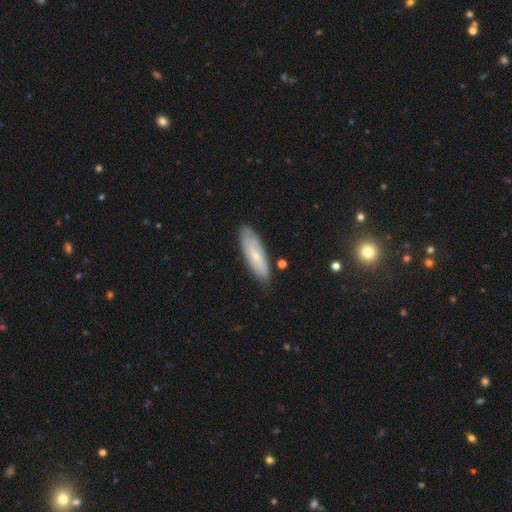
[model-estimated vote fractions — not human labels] smooth_or_featured: smooth (p=0.61) [alt: featured or disk p=0.33]
how_rounded: cigar-shaped (p=0.53) [alt: in between p=0.45]
merging: none (p=0.82) [alt: minor disturbance p=0.14]